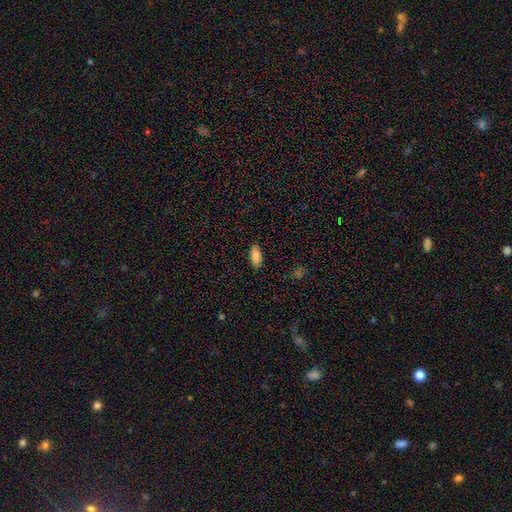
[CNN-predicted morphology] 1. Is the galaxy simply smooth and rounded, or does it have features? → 84% smooth, 9% featured or disk, 7% star or artifact.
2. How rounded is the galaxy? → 90% in between, 8% cigar-shaped, 2% round.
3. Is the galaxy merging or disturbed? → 88% none, 9% minor disturbance, 2% major disturbance, 1% merger.